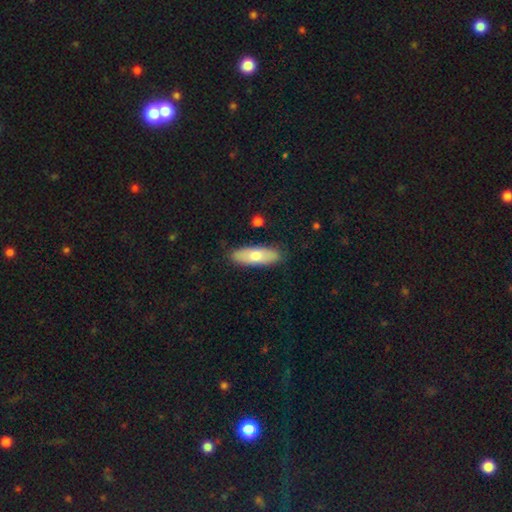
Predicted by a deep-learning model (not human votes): smooth 71%, featured or disk 24%, star or artifact 5%. Down the decision tree: how rounded — in between (62%); merging — none (86%).